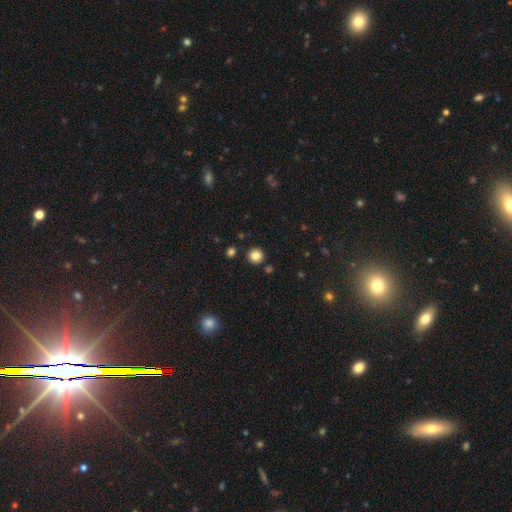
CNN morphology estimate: smooth-or-featured: smooth: 84% | star or artifact: 11% | featured or disk: 5%
  how-rounded: round: 93% | in between: 6% | cigar-shaped: 1%
  merging: none: 90% | minor disturbance: 5% | merger: 3% | major disturbance: 2%